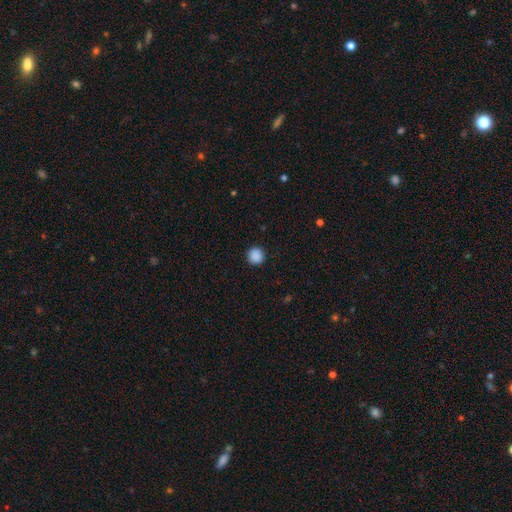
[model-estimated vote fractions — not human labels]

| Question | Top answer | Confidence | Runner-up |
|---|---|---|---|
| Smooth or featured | smooth | 89% | star or artifact (9%) |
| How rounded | round | 95% | in between (4%) |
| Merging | none | 92% | minor disturbance (5%) |